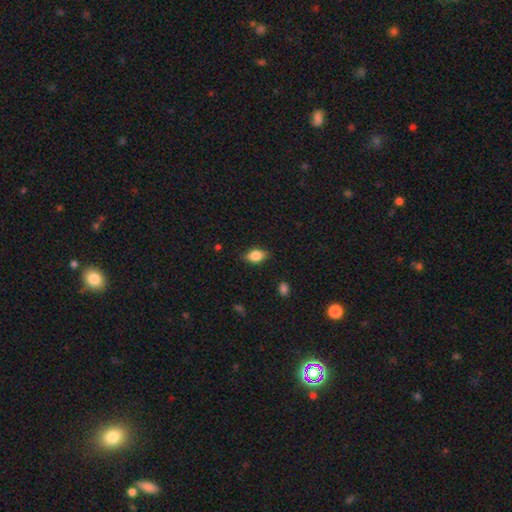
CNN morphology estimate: smooth-or-featured: smooth: 83% | featured or disk: 9% | star or artifact: 8%
  how-rounded: in between: 82% | round: 15% | cigar-shaped: 3%
  merging: none: 83% | minor disturbance: 13% | major disturbance: 3% | merger: 1%